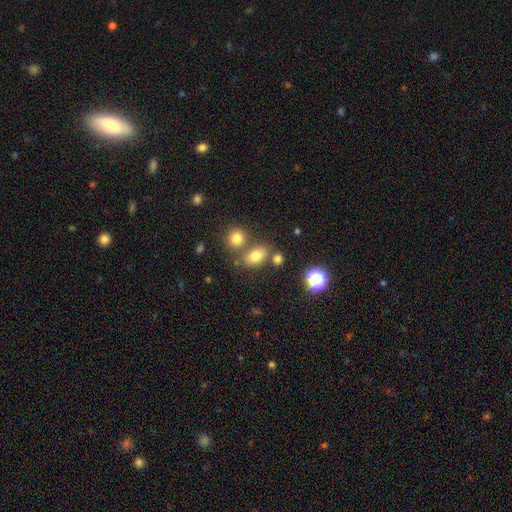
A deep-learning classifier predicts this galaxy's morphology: A smooth galaxy with no disk features (76%) that is in between round and cigar-shaped (74%).

Vote fractions:
- Smooth or featured? smooth: 76% / star or artifact: 14% / featured or disk: 9%
- How rounded? in between: 74% / round: 24% / cigar-shaped: 2%
- Merging? none: 63% / merger: 21% / minor disturbance: 12% / major disturbance: 4%